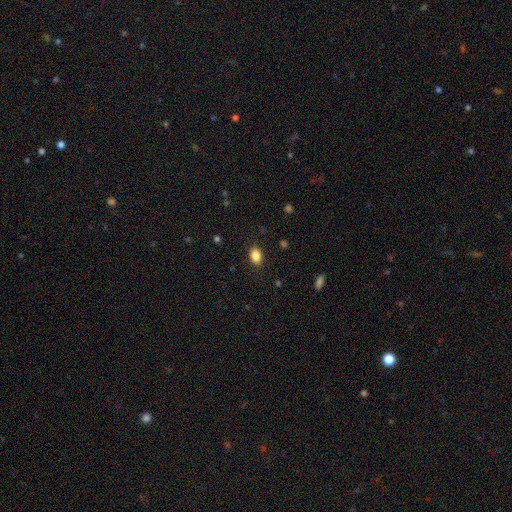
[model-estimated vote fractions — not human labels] Smooth or featured? Predicted: smooth (p=0.87). How rounded? Predicted: in between (p=0.81). Merging? Predicted: none (p=0.88).